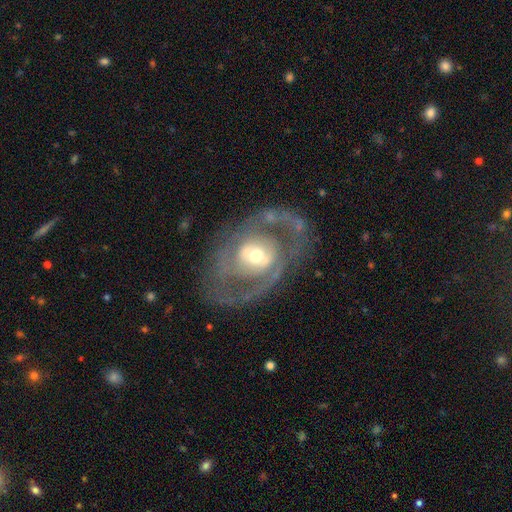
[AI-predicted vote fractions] Smooth or featured? featured or disk (81%)
Edge-on disk? no (95%)
Bar? no (49%)
Spiral arms? yes (72%)
Spiral winding? medium (43%)
Spiral arm count? 2 (68%)
Bulge size? moderate (63%)
Merging? none (65%)